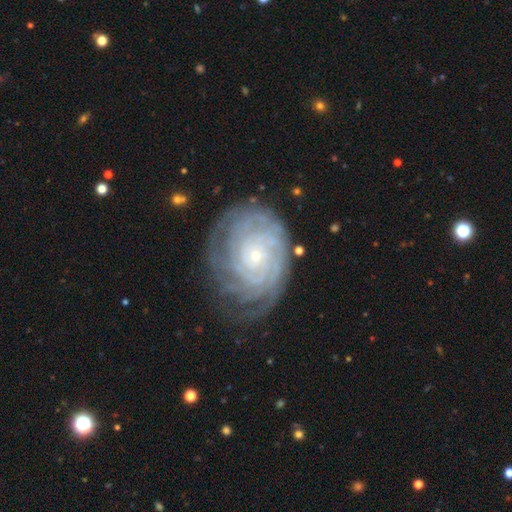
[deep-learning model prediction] Overall: featured or disk (87%). Edge-on disk: no (97%). Bar: no (81%). Spiral arms: yes (97%). Spiral arm count: can't tell (28%; 4 23%). Spiral winding: tight (85%). Bulge size: small (84%). Merging: none (73%).